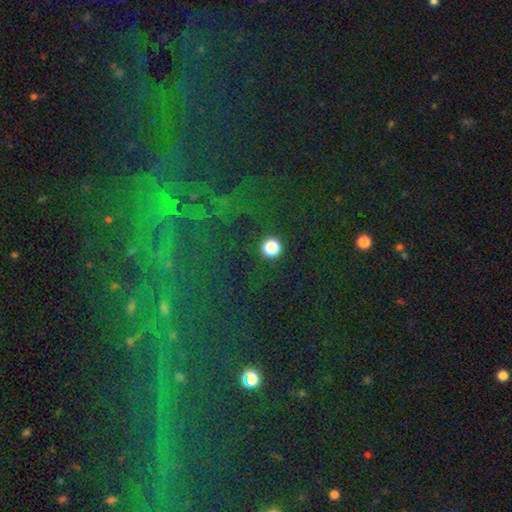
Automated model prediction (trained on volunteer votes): A star or artifact, not a galaxy (73%).